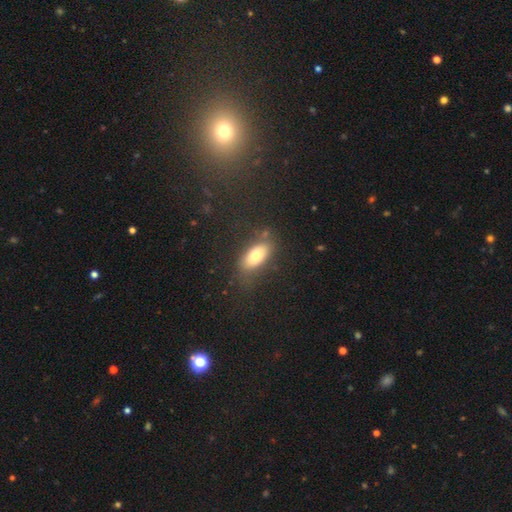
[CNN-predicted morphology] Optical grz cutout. It shows a smooth galaxy with no disk features (73%) that is in between round and cigar-shaped (85%). Merging: none (74%).